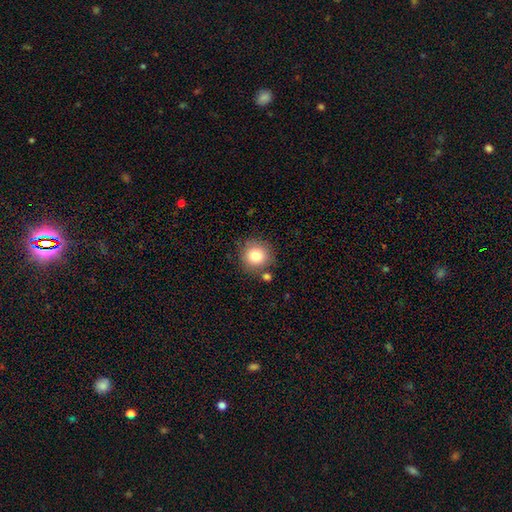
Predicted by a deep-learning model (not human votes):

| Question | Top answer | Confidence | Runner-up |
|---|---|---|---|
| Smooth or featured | smooth | 82% | star or artifact (10%) |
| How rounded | round | 91% | in between (8%) |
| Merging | none | 79% | minor disturbance (11%) |